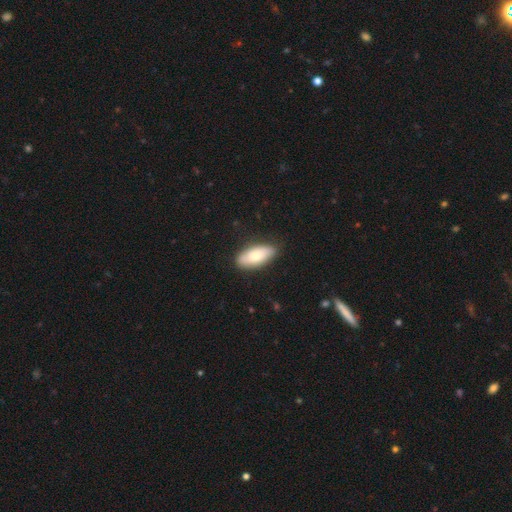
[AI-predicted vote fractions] smooth_or_featured: smooth (p=0.72) [alt: featured or disk p=0.22]
how_rounded: in between (p=0.88) [alt: cigar-shaped p=0.10]
merging: none (p=0.84) [alt: minor disturbance p=0.13]